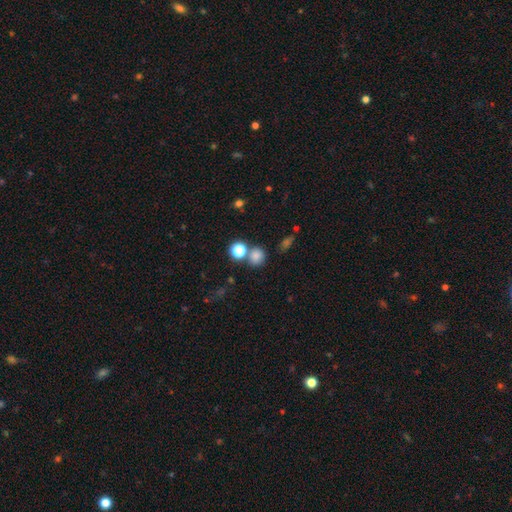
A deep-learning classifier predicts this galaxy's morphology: smooth 76%, star or artifact 17%, featured or disk 7%. Down the decision tree: how rounded — round (82%); merging — none (63%).